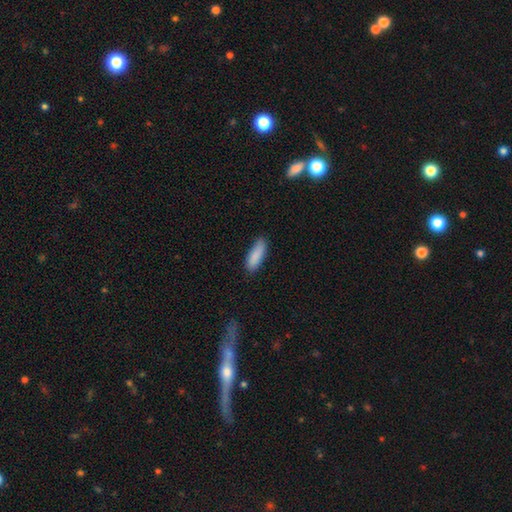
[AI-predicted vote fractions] This is clearly a smooth galaxy (88%). How rounded: possibly in between (54%). Merging: clearly none (81%).